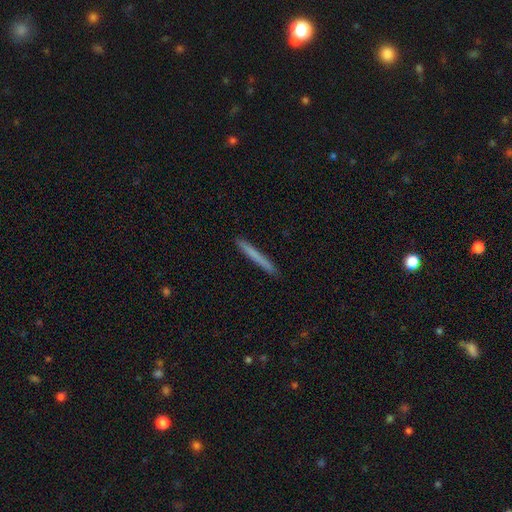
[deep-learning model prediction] Overall: smooth (70%). How rounded: cigar-shaped (97%). Merging: none (92%).